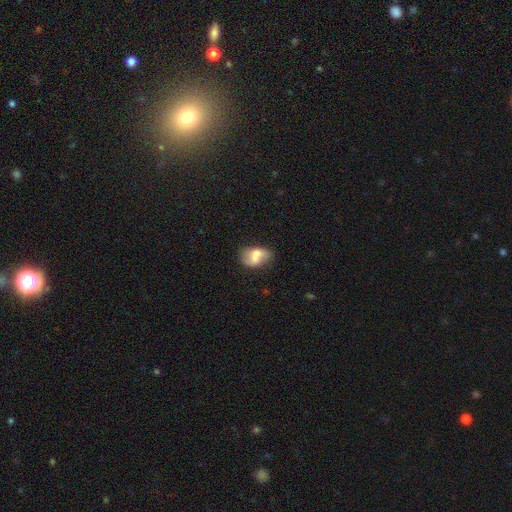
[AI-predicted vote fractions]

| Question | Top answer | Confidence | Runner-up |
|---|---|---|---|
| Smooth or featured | smooth | 57% | featured or disk (35%) |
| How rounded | in between | 80% | round (17%) |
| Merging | none | 38% | merger (32%) |